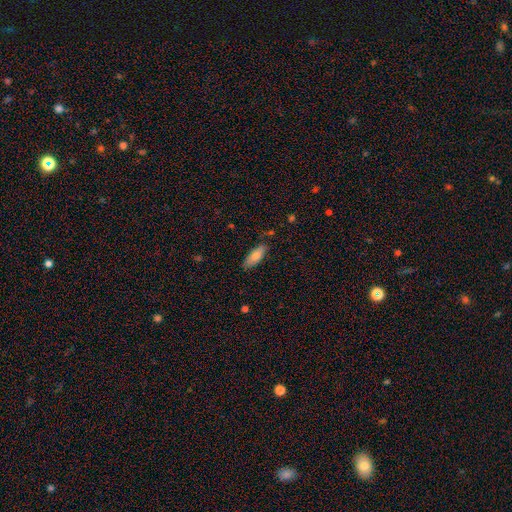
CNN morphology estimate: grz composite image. It shows a smooth galaxy with no disk features (78%) that is in between round and cigar-shaped (73%). Merging: none (79%).